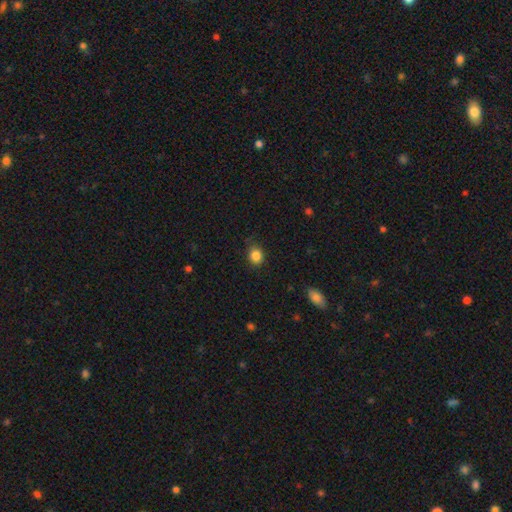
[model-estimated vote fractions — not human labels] Q: Smooth or featured?
A: smooth (85%); runner-up: star or artifact (10%)
Q: How rounded?
A: round (62%); runner-up: in between (37%)
Q: Merging?
A: none (81%); runner-up: minor disturbance (15%)